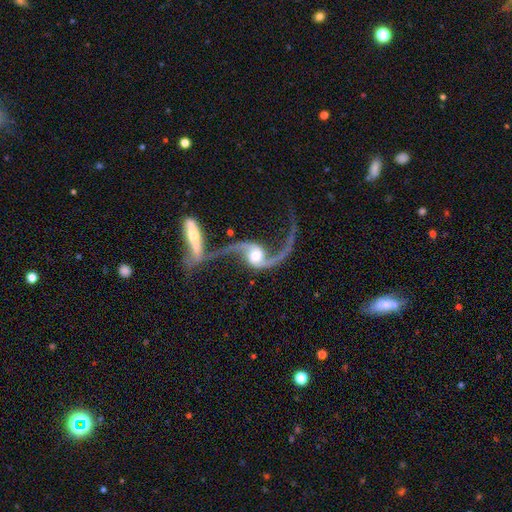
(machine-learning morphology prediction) Smooth or featured? Predicted: featured or disk (p=0.91). Edge-on disk? Predicted: no (p=0.95). Bar? Predicted: no (p=0.52). Spiral arms? Predicted: yes (p=0.97). Spiral winding? Predicted: loose (p=0.88). Spiral arm count? Predicted: 2 (p=0.93). Bulge size? Predicted: moderate (p=0.51). Merging? Predicted: merger (p=0.52).